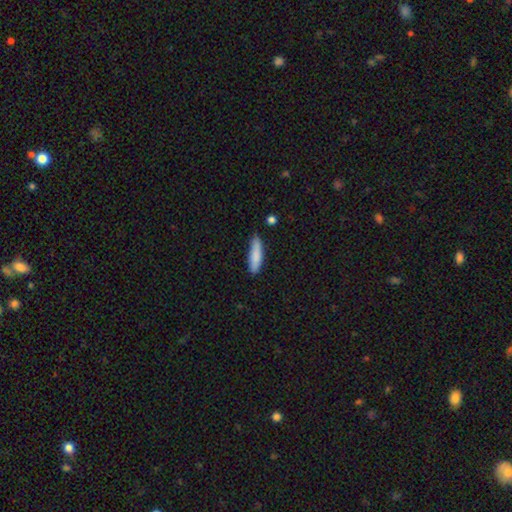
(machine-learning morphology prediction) This appears to be a smooth galaxy with no disk features (84%) that is cigar-shaped (70%). Merging: none (77%).